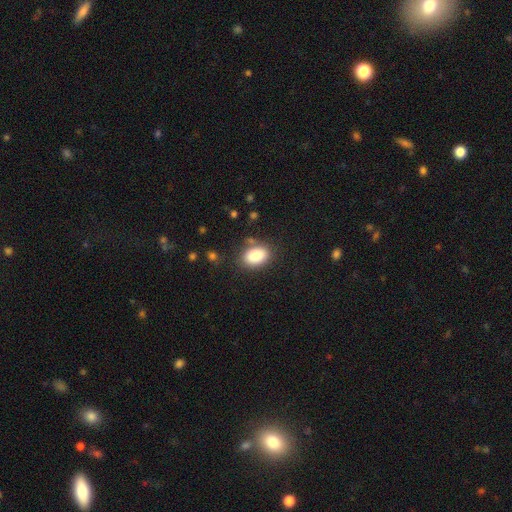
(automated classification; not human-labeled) smooth 87%, star or artifact 8%, featured or disk 6%. Down the decision tree: how rounded — in between (85%); merging — none (79%).